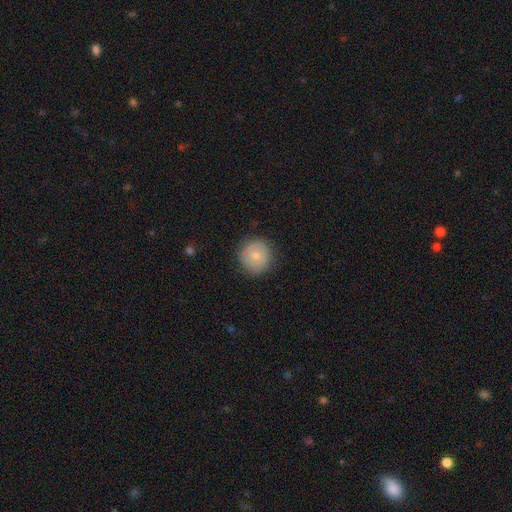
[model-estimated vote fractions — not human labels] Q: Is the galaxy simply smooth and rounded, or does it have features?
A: smooth — 73%.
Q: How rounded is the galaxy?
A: round — 93%.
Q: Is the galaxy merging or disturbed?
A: none — 85%.